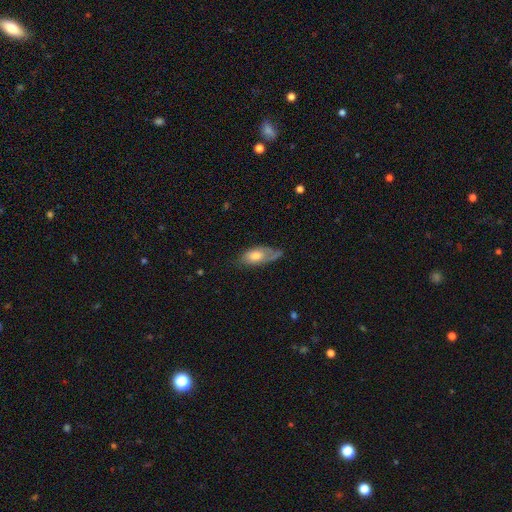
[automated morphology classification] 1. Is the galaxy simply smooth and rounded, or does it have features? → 58% smooth, 35% featured or disk, 7% star or artifact.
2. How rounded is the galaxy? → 84% in between, 13% cigar-shaped, 4% round.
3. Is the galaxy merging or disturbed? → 51% none, 33% minor disturbance, 14% major disturbance, 2% merger.